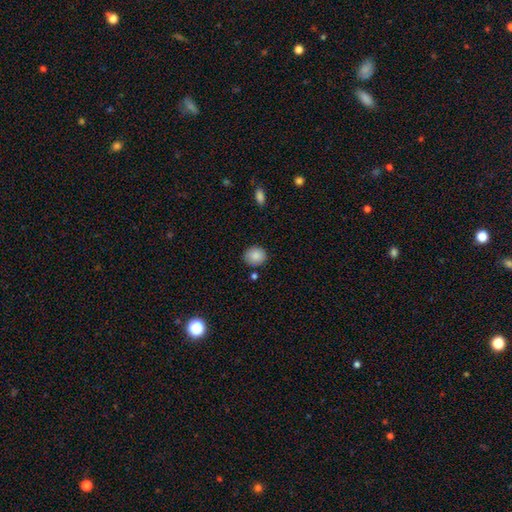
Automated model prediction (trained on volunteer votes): Q: Smooth or featured?
A: smooth (87%); runner-up: star or artifact (8%)
Q: How rounded?
A: round (76%); runner-up: in between (23%)
Q: Merging?
A: none (84%); runner-up: minor disturbance (10%)